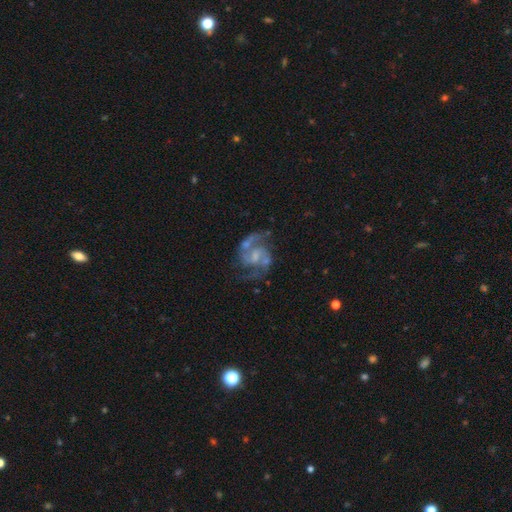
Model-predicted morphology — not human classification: The model was most divided on "bulge size": small: 36%, moderate: 31%, none: 26%, large: 6%, dominant: 1%. Remaining: edge-on disk — no (98%); spiral arms — yes (96%); spiral arm count — 2 (90%); smooth or featured — featured or disk (88%); merging — none (60%); spiral winding — medium (60%); bar — weak (47%).